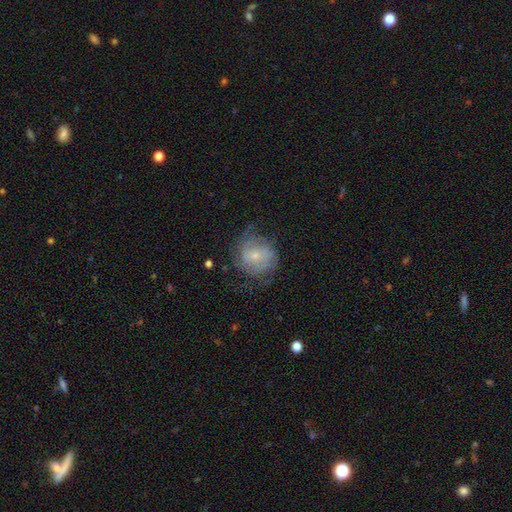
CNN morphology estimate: Overall: featured or disk (58%; smooth 34%). Edge-on disk: no (97%). Bar: no (62%; weak 32%). Spiral arms: yes (80%). Bulge size: small (70%). Merging: none (56%; minor disturbance 25%).